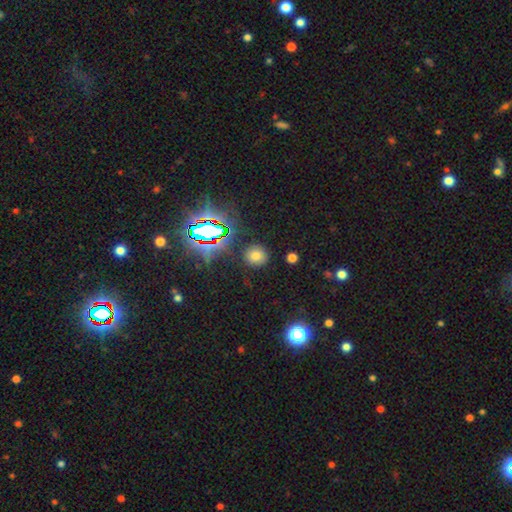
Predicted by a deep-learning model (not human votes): Smooth or featured?
  - smooth: 69% *
  - star or artifact: 24%
  - featured or disk: 8%
How rounded?
  - round: 86% *
  - in between: 13%
  - cigar-shaped: 1%
Merging?
  - none: 85% *
  - minor disturbance: 9%
  - major disturbance: 3%
  - merger: 2%